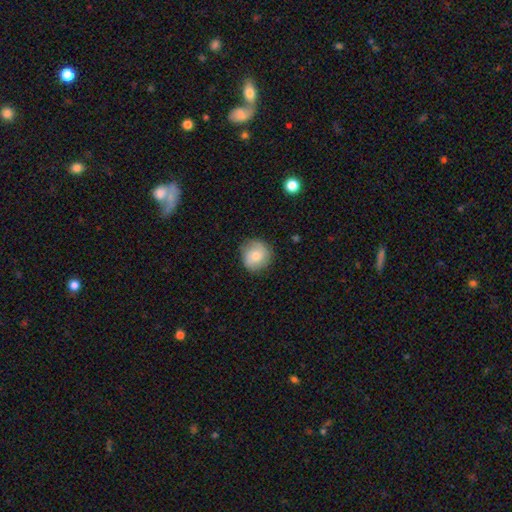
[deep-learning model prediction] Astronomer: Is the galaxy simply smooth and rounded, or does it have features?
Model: smooth — 71%.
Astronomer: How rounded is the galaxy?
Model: round — 91%.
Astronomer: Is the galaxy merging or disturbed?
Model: none — 79%.